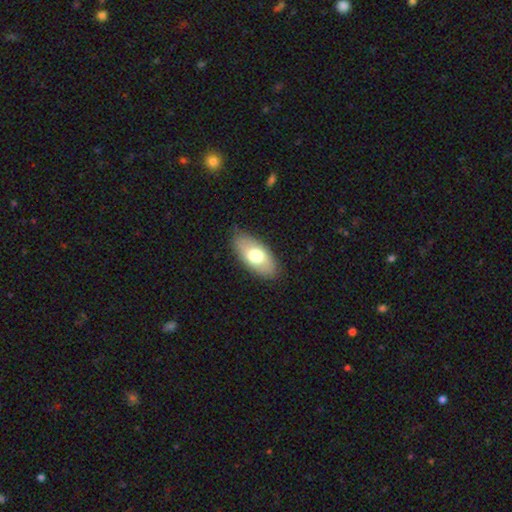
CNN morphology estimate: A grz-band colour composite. It shows a smooth galaxy with no disk features (68%) that is in between round and cigar-shaped (91%). Merging: none (83%).